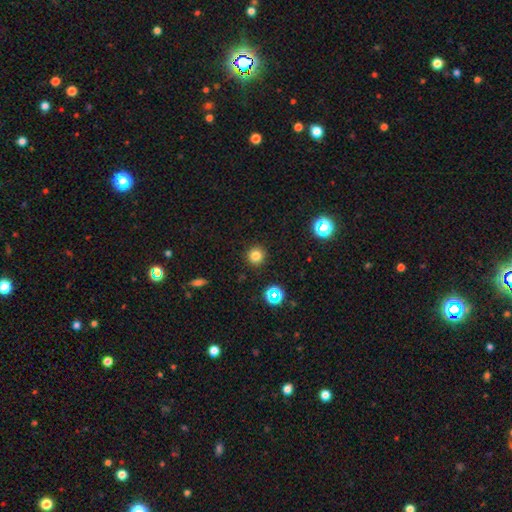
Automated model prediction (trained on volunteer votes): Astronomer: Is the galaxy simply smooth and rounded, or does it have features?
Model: smooth — 79%.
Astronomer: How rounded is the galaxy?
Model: round — 94%.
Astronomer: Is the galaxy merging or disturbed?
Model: none — 91%.